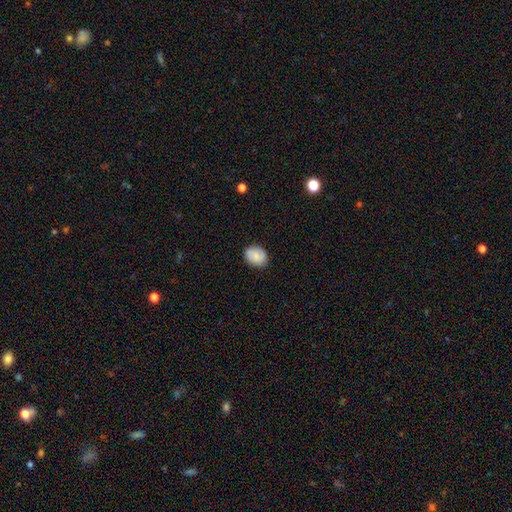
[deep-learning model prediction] smooth 80%, featured or disk 12%, star or artifact 7%. Down the decision tree: how rounded — round (50%); merging — none (86%).